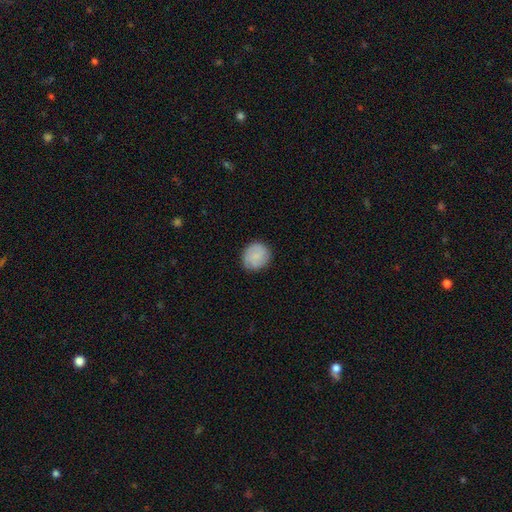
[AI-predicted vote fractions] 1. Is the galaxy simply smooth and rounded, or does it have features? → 63% smooth, 29% featured or disk, 8% star or artifact.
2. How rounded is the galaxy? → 83% round, 16% in between, 1% cigar-shaped.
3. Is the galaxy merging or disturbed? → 85% none, 12% minor disturbance, 3% major disturbance, 1% merger.